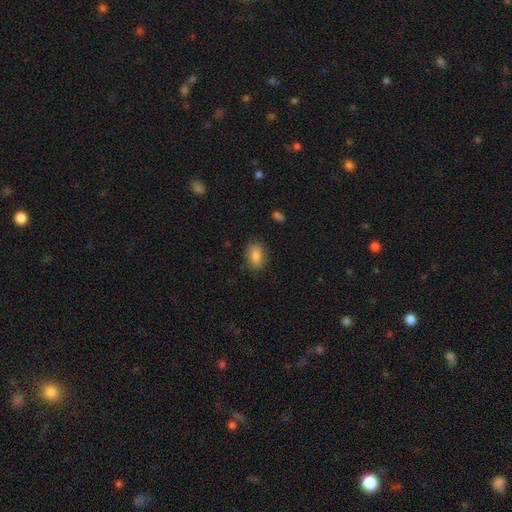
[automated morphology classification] Smooth or featured? Predicted: smooth (p=0.81). How rounded? Predicted: in between (p=0.82). Merging? Predicted: none (p=0.83).